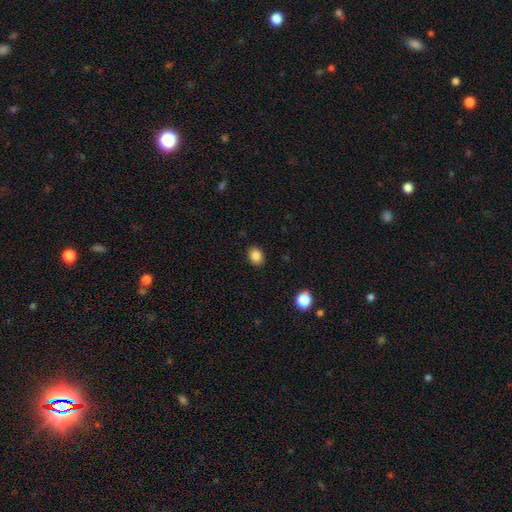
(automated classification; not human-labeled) Smooth or featured: smooth — 85% (star or artifact — 10%)
How rounded: round — 50% (in between — 49%)
Merging: none — 89% (minor disturbance — 8%)